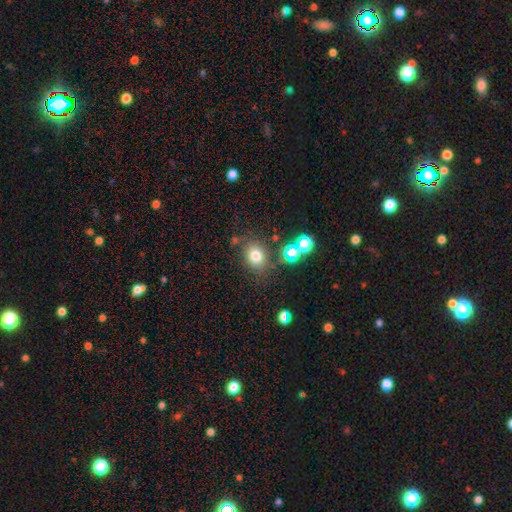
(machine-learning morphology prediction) The model was most divided on "how rounded": round: 57%, in between: 42%, cigar-shaped: 1%. More confident: smooth or featured — smooth (74%); merging — none (72%).